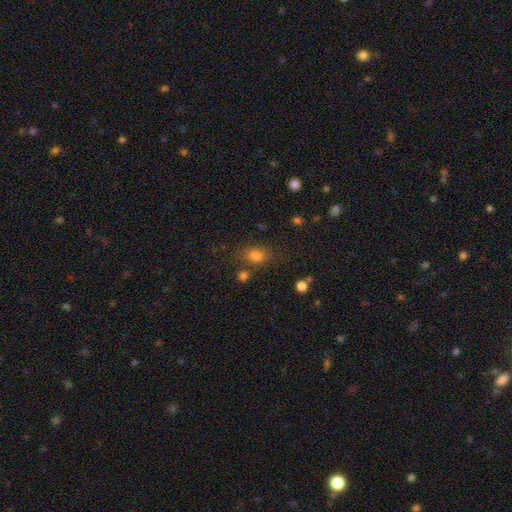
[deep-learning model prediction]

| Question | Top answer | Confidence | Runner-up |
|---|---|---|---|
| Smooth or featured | smooth | 78% | star or artifact (15%) |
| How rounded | in between | 63% | round (35%) |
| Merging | none | 71% | minor disturbance (15%) |